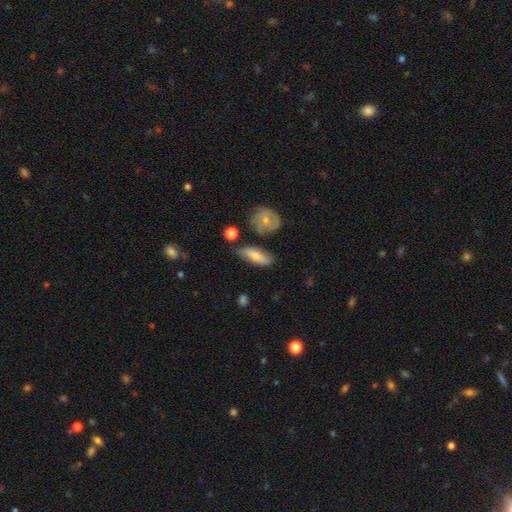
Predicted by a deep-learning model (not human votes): This is likely a smooth galaxy (65%). How rounded: likely in between (66%). Merging: likely none (67%).